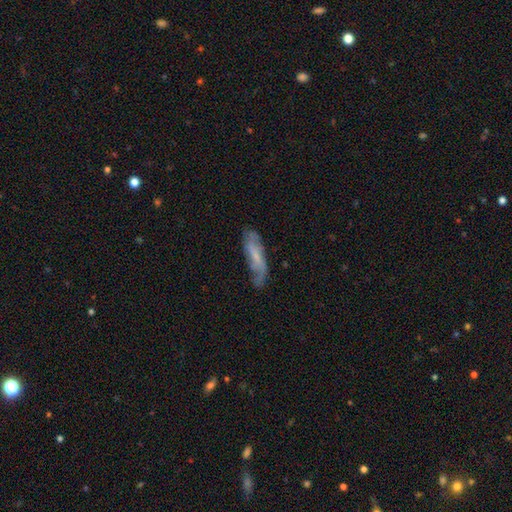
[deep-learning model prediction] Smooth or featured: featured or disk — 59% (smooth — 34%)
Edge-on disk: no — 73% (yes — 27%)
Merging: none — 60% (minor disturbance — 26%)